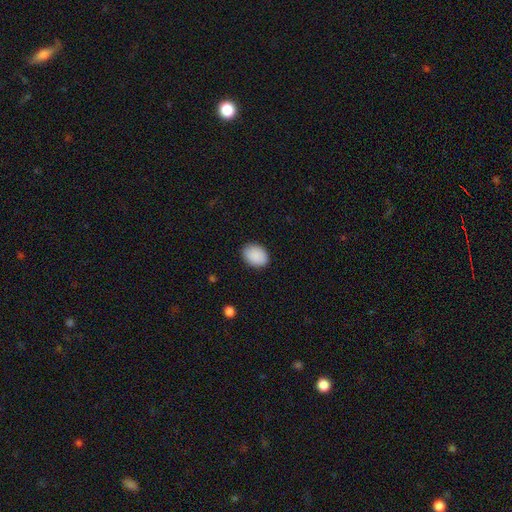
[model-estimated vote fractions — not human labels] A smooth galaxy with no disk features (90%) that is in between round and cigar-shaped (72%). Merging: none (88%).